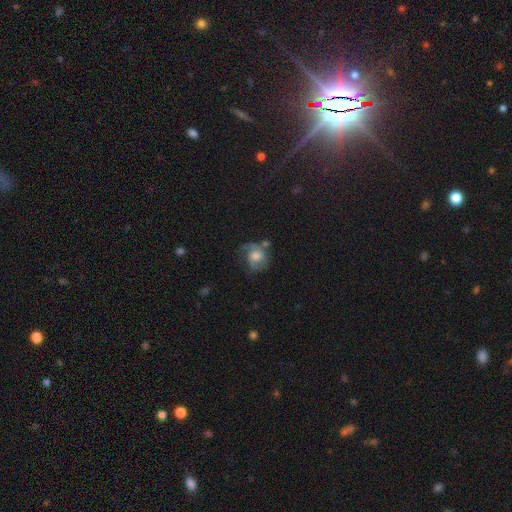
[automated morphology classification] Smooth or featured? featured or disk (54%)
Edge-on disk? no (97%)
Bar? no (67%)
Spiral arms? yes (83%)
Bulge size? moderate (43%)
Merging? none (43%)